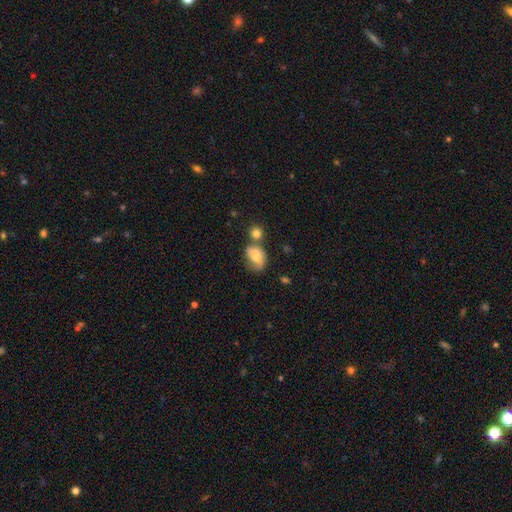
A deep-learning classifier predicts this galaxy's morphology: smooth-or-featured: smooth: 68% | featured or disk: 23% | star or artifact: 9%
  how-rounded: in between: 74% | round: 24% | cigar-shaped: 2%
  merging: none: 40% | minor disturbance: 26% | merger: 22% | major disturbance: 12%